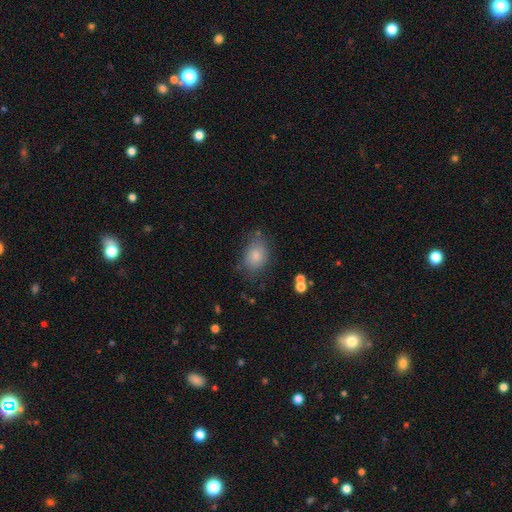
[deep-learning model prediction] Overall: smooth (80%). How rounded: in between (78%). Merging: none (65%).